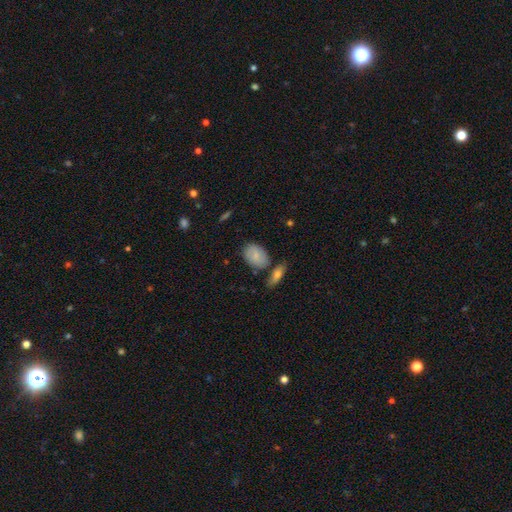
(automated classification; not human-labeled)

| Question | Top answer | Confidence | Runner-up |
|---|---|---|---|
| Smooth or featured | smooth | 75% | featured or disk (18%) |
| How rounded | in between | 81% | round (17%) |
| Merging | none | 68% | minor disturbance (19%) |